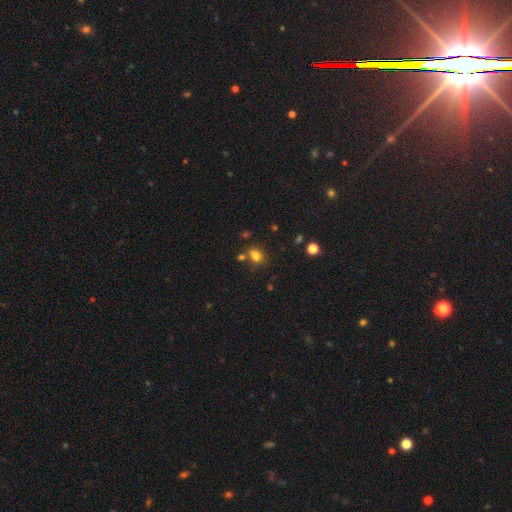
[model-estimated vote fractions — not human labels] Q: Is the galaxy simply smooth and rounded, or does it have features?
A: smooth — 78%.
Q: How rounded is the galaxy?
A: in between — 52%.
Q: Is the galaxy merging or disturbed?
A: none — 66%.